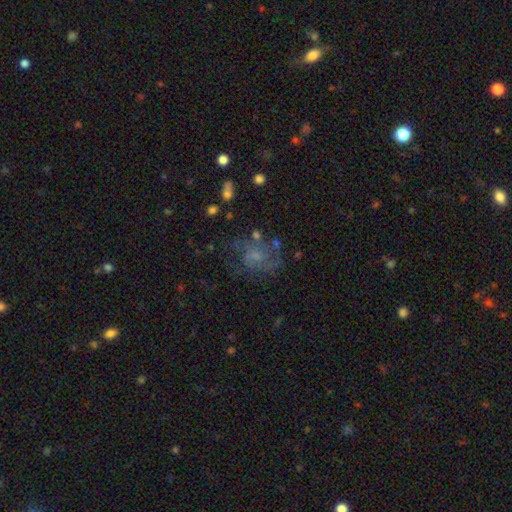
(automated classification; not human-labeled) A featured or disk galaxy (58%) with no bar (66%), spiral arms (79%) and a small central bulge (44%). Merging: none (53%).